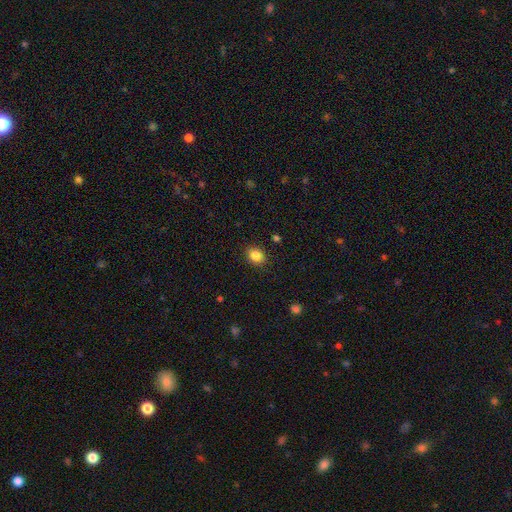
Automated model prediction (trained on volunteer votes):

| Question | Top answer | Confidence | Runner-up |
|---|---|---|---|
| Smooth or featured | smooth | 85% | star or artifact (10%) |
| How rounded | round | 54% | in between (45%) |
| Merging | none | 89% | minor disturbance (8%) |